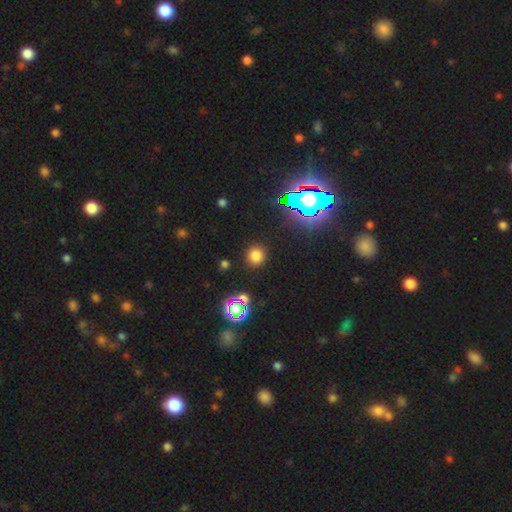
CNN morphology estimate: smooth_or_featured: smooth (p=0.72) [alt: star or artifact p=0.22]
how_rounded: round (p=0.89) [alt: in between p=0.10]
merging: none (p=0.89) [alt: minor disturbance p=0.06]